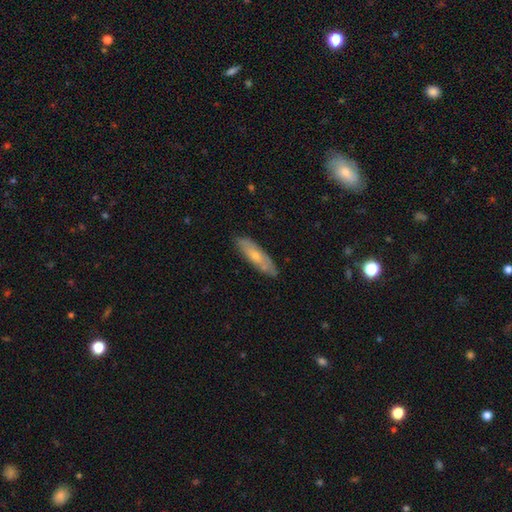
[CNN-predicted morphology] type=smooth (56%); roundness=cigar-shaped (59%); merging=none (82%).